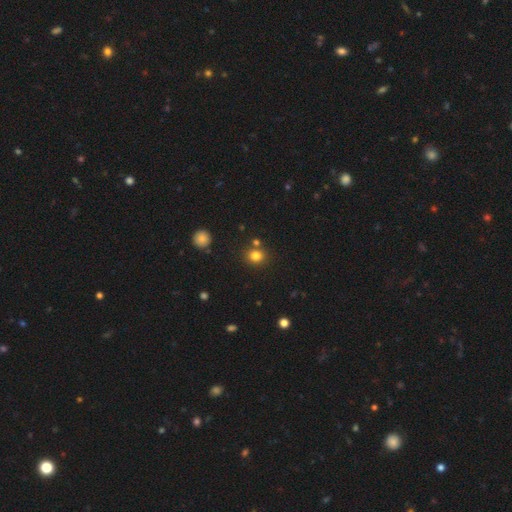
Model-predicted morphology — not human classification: smooth 80%, star or artifact 14%, featured or disk 6%. Down the decision tree: how rounded — round (78%); merging — none (78%).